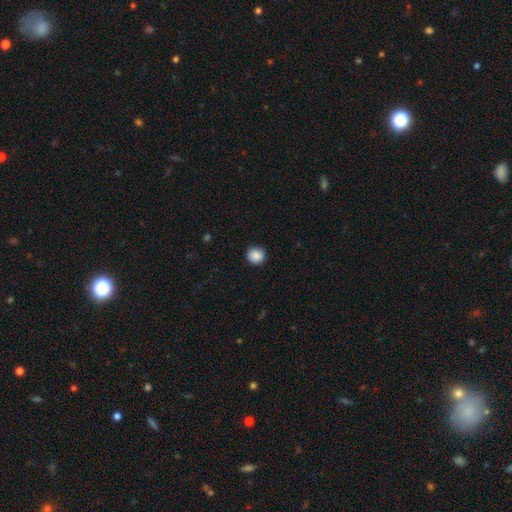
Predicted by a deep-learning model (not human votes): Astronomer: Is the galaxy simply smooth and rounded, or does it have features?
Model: smooth — 88%.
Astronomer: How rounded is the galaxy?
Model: round — 87%.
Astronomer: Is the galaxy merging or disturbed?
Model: none — 90%.